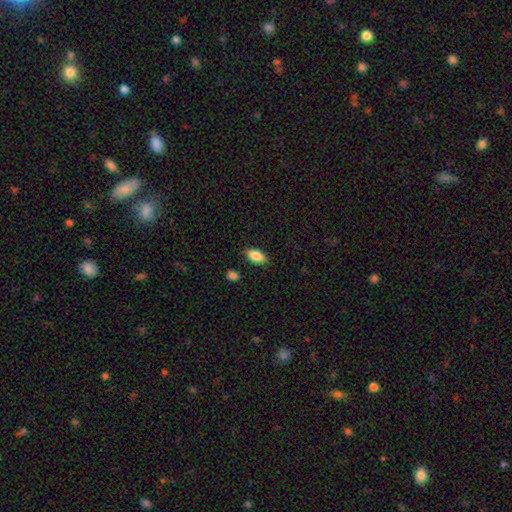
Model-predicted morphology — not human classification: Smooth or featured: smooth — 86% (star or artifact — 7%)
How rounded: in between — 91% (cigar-shaped — 5%)
Merging: none — 86% (minor disturbance — 10%)